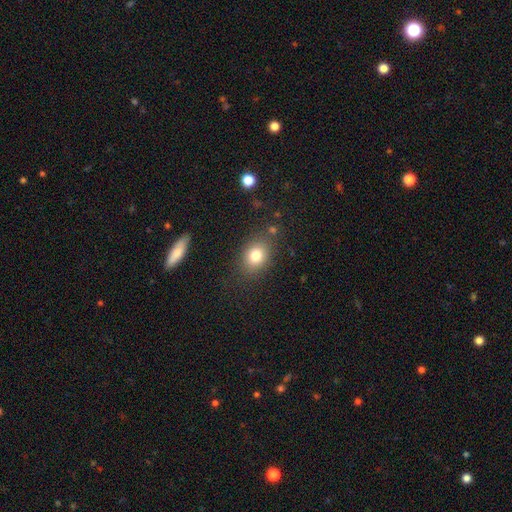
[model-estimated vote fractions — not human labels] A smooth galaxy with no disk features (80%) that is in between round and cigar-shaped (56%). Merging: none (79%).